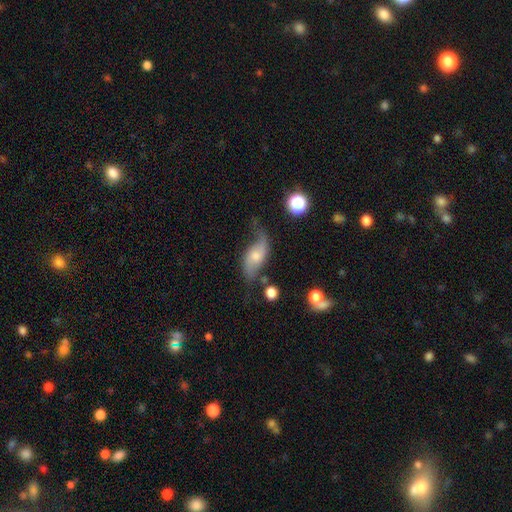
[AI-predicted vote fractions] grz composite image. It shows a featured or disk galaxy (67%) with no bar (62%), 2 (87%) loose (84%) spiral arms (89%) and a moderate central bulge (51%). Merging: none (49%).